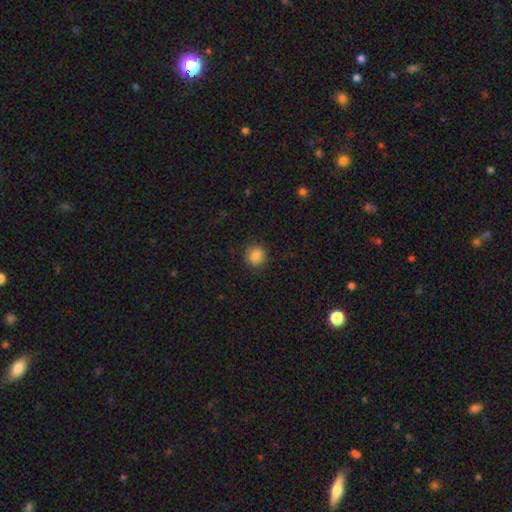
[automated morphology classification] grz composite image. It shows a smooth galaxy with no disk features (86%) that is round (88%). Merging: none (87%).